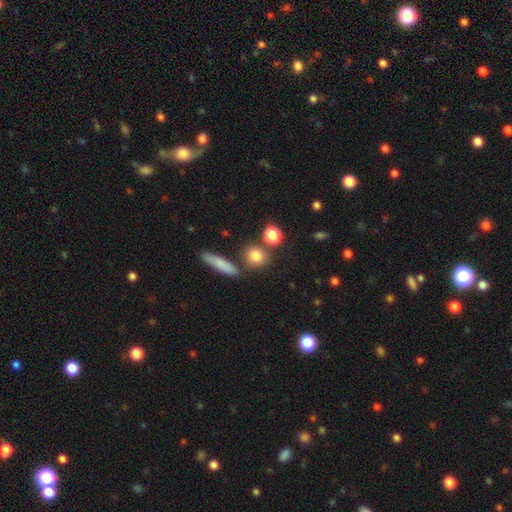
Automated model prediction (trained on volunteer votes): A smooth galaxy with no disk features (82%) that is round (77%). Merging: none (76%).